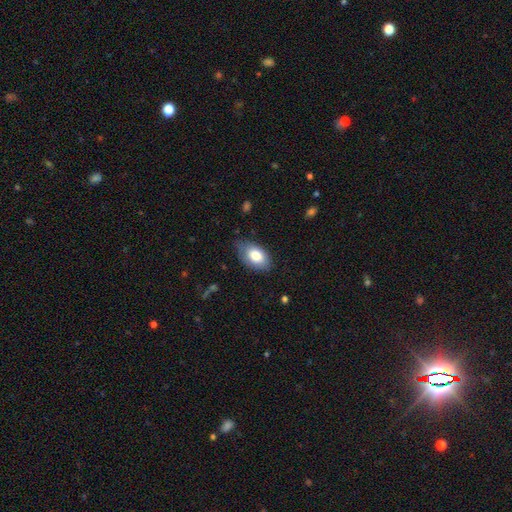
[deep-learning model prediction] Smooth or featured: smooth — 79% (featured or disk — 14%)
How rounded: in between — 92% (round — 6%)
Merging: none — 69% (minor disturbance — 25%)